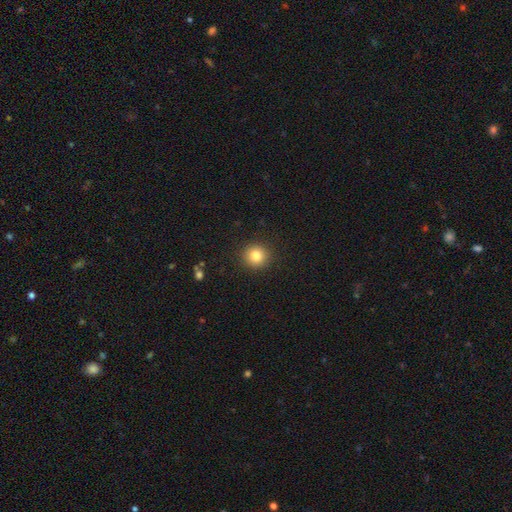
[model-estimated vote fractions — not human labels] Q: Smooth or featured?
A: smooth (83%); runner-up: star or artifact (11%)
Q: How rounded?
A: round (93%); runner-up: in between (6%)
Q: Merging?
A: none (92%); runner-up: minor disturbance (5%)